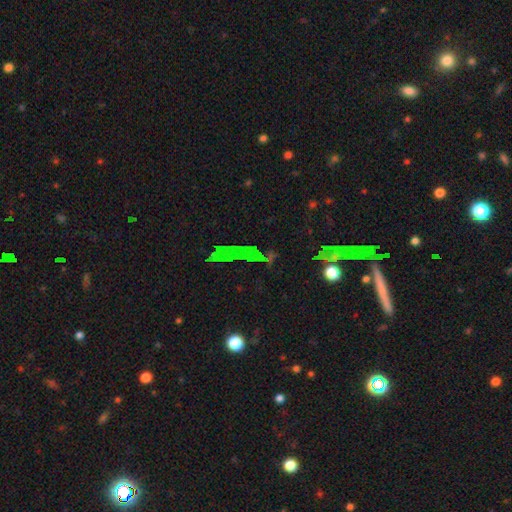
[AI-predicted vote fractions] Overall: star or artifact (72%).